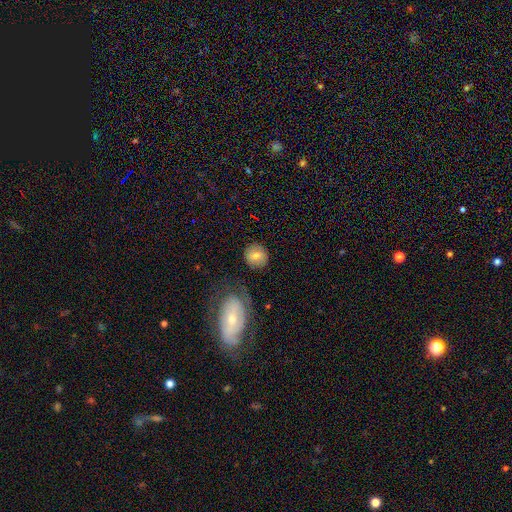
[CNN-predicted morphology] Smooth or featured? smooth (72%)
How rounded? round (85%)
Merging? none (78%)